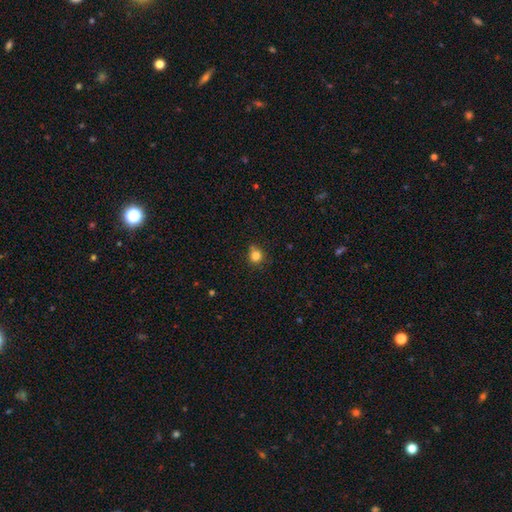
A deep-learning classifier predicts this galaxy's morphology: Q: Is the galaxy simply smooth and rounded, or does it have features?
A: smooth — 82%.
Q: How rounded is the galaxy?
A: round — 85%.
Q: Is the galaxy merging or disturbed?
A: none — 75%.